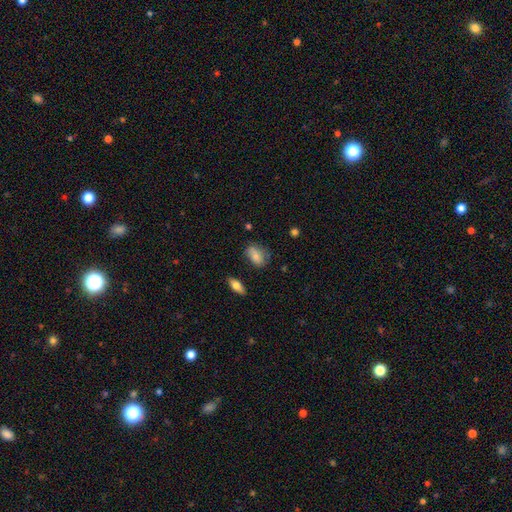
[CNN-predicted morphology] Smooth or featured? Predicted: smooth (p=0.75). How rounded? Predicted: in between (p=0.83). Merging? Predicted: none (p=0.63).